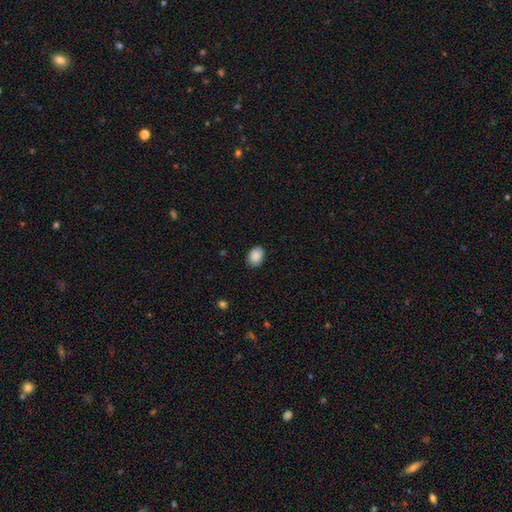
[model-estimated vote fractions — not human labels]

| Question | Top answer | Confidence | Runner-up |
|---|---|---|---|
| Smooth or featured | smooth | 88% | star or artifact (7%) |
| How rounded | in between | 70% | round (29%) |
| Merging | none | 82% | minor disturbance (14%) |